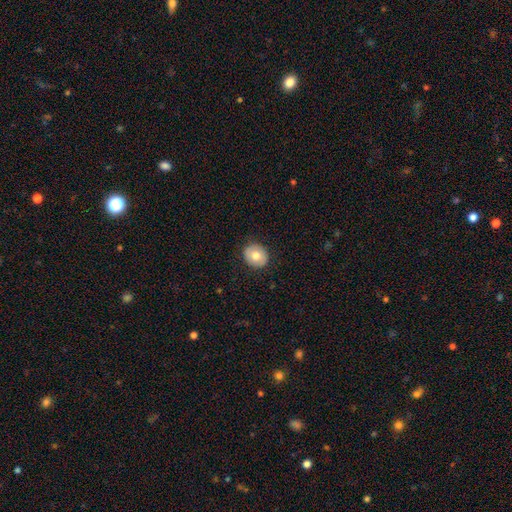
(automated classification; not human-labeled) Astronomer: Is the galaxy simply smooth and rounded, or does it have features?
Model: smooth — 74%.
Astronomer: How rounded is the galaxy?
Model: round — 73%.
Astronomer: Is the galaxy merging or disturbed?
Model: none — 89%.